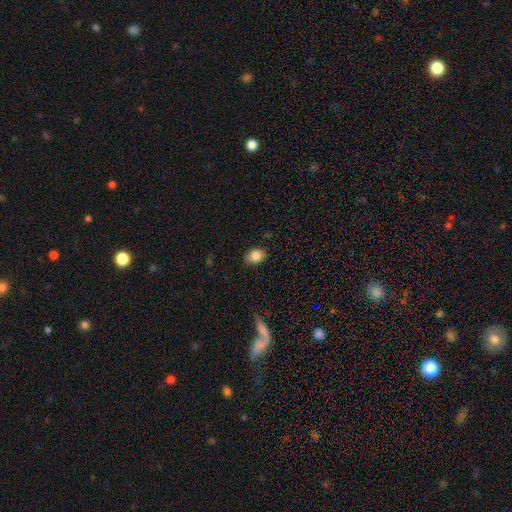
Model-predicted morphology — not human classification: A smooth galaxy with no disk features (86%) that is in between round and cigar-shaped (63%).

Vote fractions:
- Smooth or featured? smooth: 86% / star or artifact: 9% / featured or disk: 6%
- How rounded? in between: 63% / round: 36% / cigar-shaped: 1%
- Merging? none: 81% / minor disturbance: 15% / major disturbance: 3% / merger: 1%